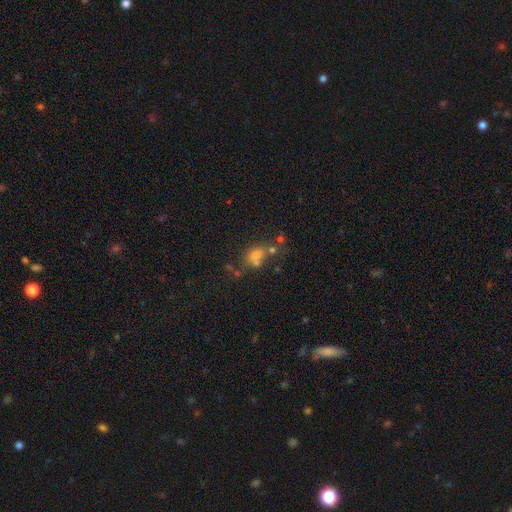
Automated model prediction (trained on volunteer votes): smooth 54%, star or artifact 27%, featured or disk 20%. Down the decision tree: how rounded — in between (52%); merging — none (43%).